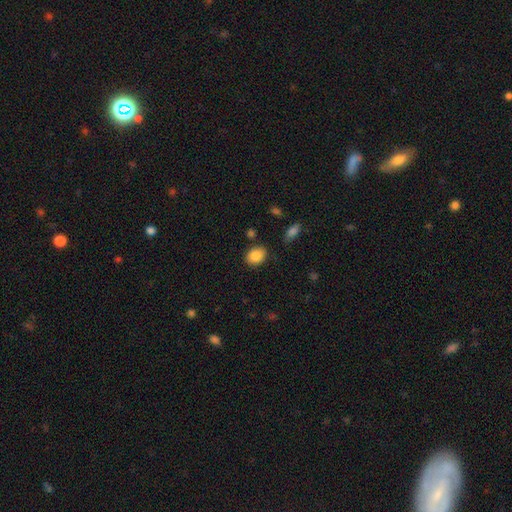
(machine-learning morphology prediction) smooth-or-featured: smooth: 87% | star or artifact: 8% | featured or disk: 5%
  how-rounded: in between: 61% | round: 38% | cigar-shaped: 1%
  merging: none: 82% | minor disturbance: 12% | major disturbance: 3% | merger: 3%